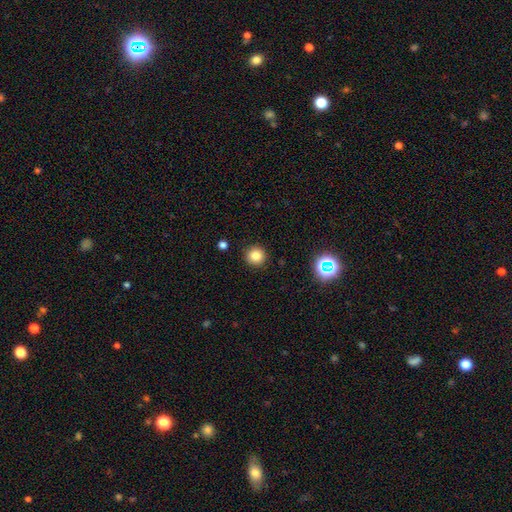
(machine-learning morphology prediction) Smooth or featured? Predicted: smooth (p=0.81). How rounded? Predicted: round (p=0.94). Merging? Predicted: none (p=0.91).